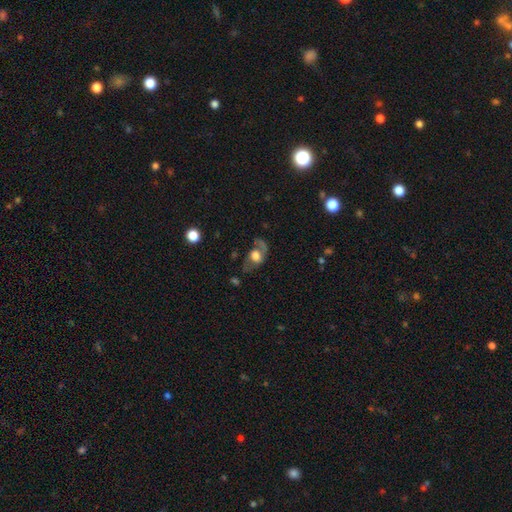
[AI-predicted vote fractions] smooth_or_featured: featured or disk (p=0.56) [alt: smooth p=0.36]
disk_edge_on: no (p=0.91) [alt: yes p=0.09]
bar: no (p=0.68) [alt: weak p=0.25]
has_spiral_arms: yes (p=0.65) [alt: no p=0.35]
bulge_size: large (p=0.52) [alt: moderate p=0.30]
merging: none (p=0.53) [alt: major disturbance p=0.24]